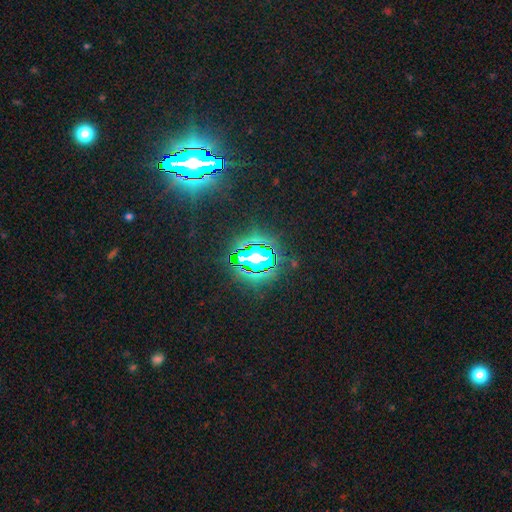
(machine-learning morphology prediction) This is clearly a star or artifact rather than a galaxy (84%).